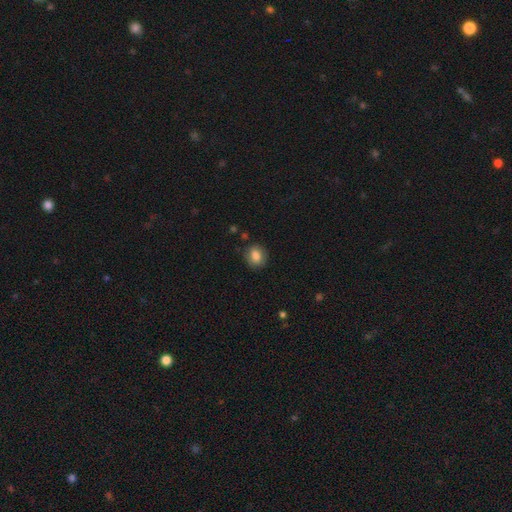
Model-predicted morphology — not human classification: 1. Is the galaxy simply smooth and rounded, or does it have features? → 81% smooth, 10% featured or disk, 8% star or artifact.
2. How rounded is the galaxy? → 55% round, 44% in between, 1% cigar-shaped.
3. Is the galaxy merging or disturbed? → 82% none, 13% minor disturbance, 4% major disturbance, 1% merger.